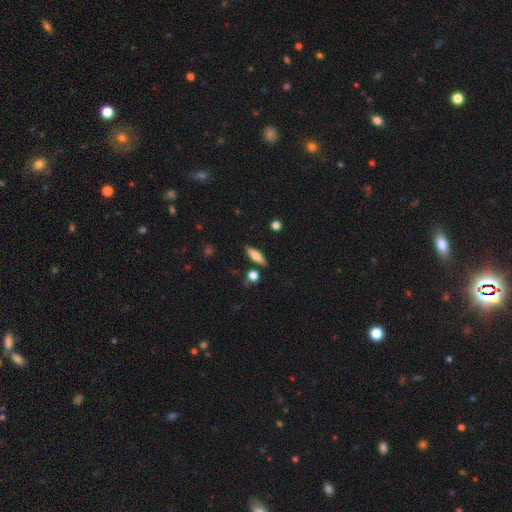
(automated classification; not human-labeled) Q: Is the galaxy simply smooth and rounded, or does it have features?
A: smooth — 66%.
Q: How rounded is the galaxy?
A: cigar-shaped — 49%.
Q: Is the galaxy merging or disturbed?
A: none — 83%.